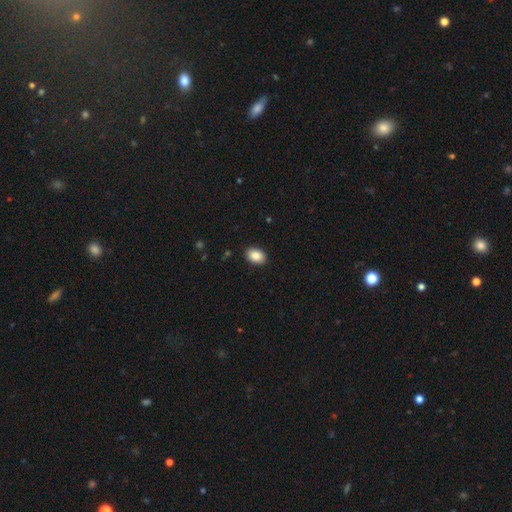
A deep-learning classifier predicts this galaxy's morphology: Smooth or featured?
  - smooth: 88% *
  - star or artifact: 8%
  - featured or disk: 5%
How rounded?
  - in between: 81% *
  - round: 18%
  - cigar-shaped: 1%
Merging?
  - none: 90% *
  - minor disturbance: 7%
  - major disturbance: 2%
  - merger: 1%